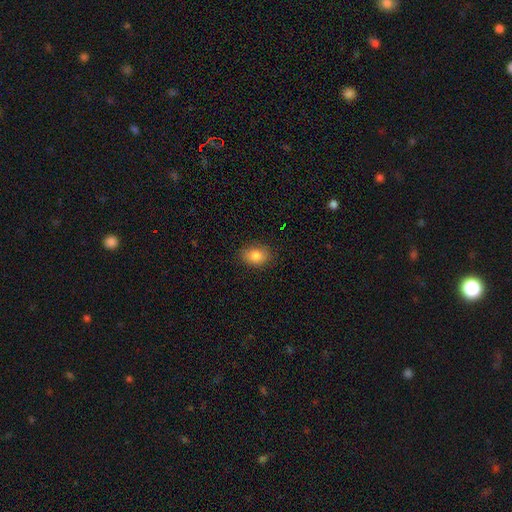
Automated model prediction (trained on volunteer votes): Smooth or featured? smooth (83%)
How rounded? in between (71%)
Merging? none (83%)